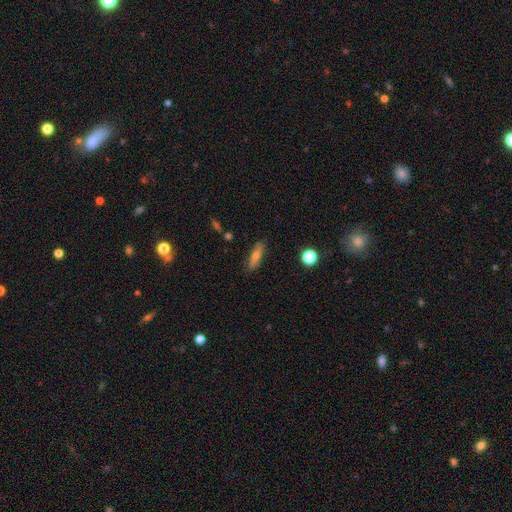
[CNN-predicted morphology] smooth_or_featured: smooth (p=0.60) [alt: featured or disk p=0.32]
how_rounded: cigar-shaped (p=0.65) [alt: in between p=0.32]
merging: none (p=0.86) [alt: minor disturbance p=0.10]